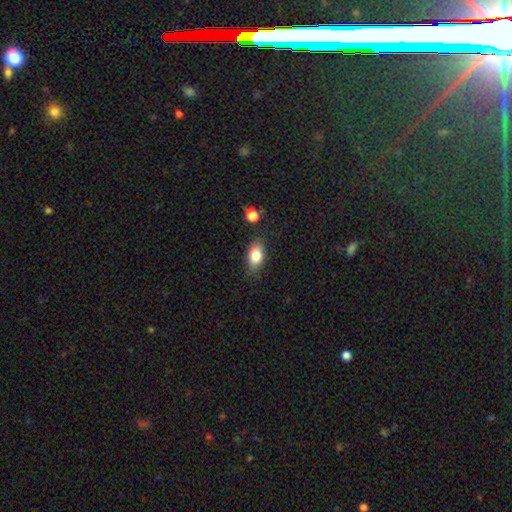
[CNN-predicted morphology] This appears to be a smooth galaxy with no disk features (81%) that is in between round and cigar-shaped (84%). Merging: none (79%).